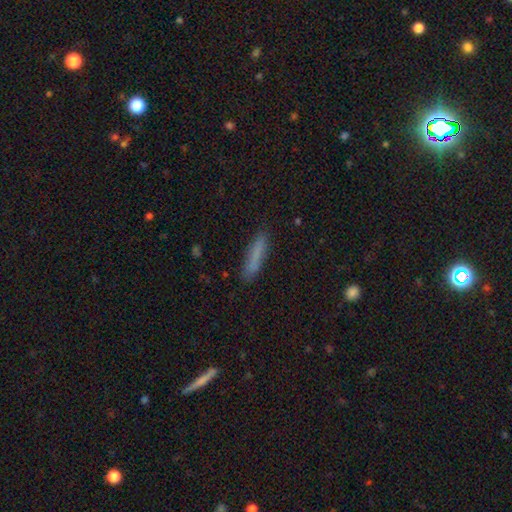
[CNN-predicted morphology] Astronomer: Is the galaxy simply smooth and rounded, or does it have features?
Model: smooth — 79%.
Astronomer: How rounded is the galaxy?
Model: cigar-shaped — 89%.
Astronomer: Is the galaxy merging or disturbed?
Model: none — 87%.